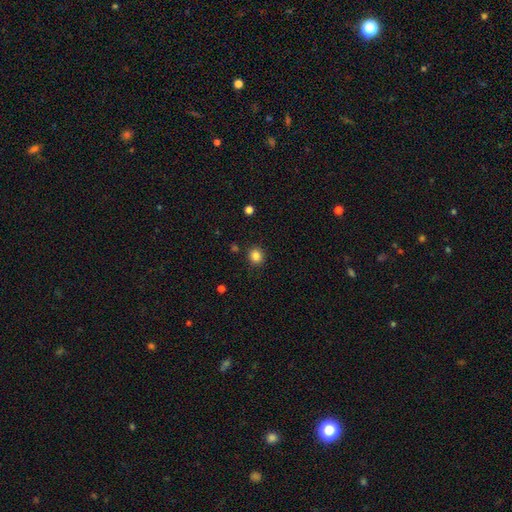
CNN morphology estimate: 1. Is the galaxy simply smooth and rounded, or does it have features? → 85% smooth, 11% star or artifact, 4% featured or disk.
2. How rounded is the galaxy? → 86% round, 13% in between, 1% cigar-shaped.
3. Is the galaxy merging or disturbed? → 87% none, 8% minor disturbance, 3% major disturbance, 2% merger.